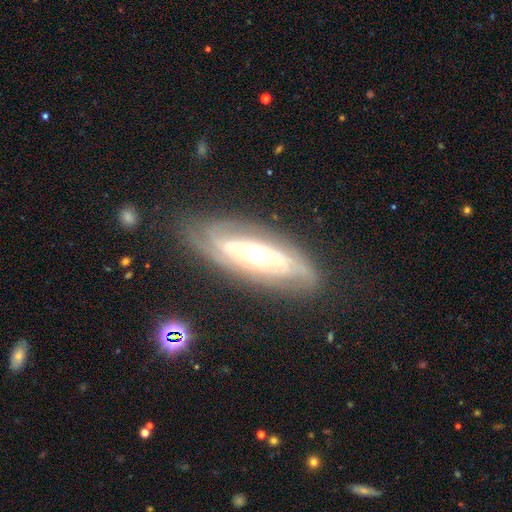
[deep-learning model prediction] This appears to be a featured or disk galaxy (84%) with no bar (66%), tight (68%) spiral arms (89%) and a moderate central bulge (68%). Merging: none (77%).